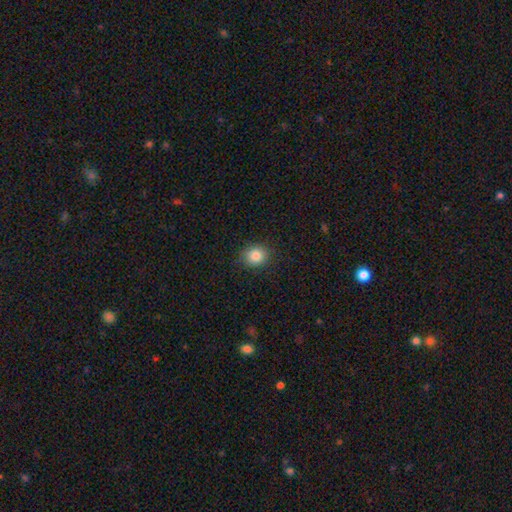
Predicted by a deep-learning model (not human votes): Smooth or featured?
  - smooth: 83% *
  - star or artifact: 11%
  - featured or disk: 6%
How rounded?
  - round: 76% *
  - in between: 23%
  - cigar-shaped: 1%
Merging?
  - none: 88% *
  - minor disturbance: 8%
  - major disturbance: 2%
  - merger: 1%